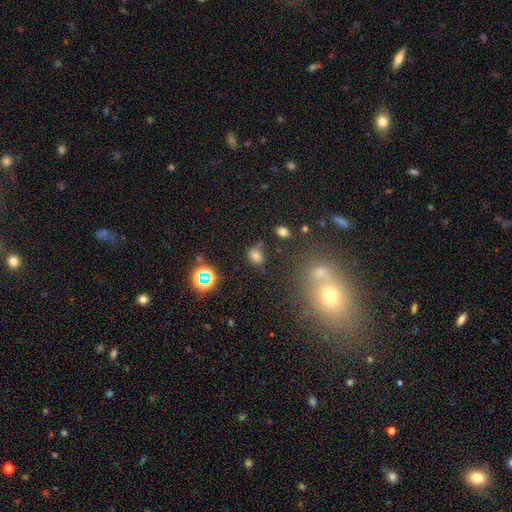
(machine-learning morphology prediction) smooth_or_featured: smooth (p=0.70) [alt: star or artifact p=0.21]
how_rounded: round (p=0.52) [alt: in between p=0.47]
merging: none (p=0.68) [alt: minor disturbance p=0.17]